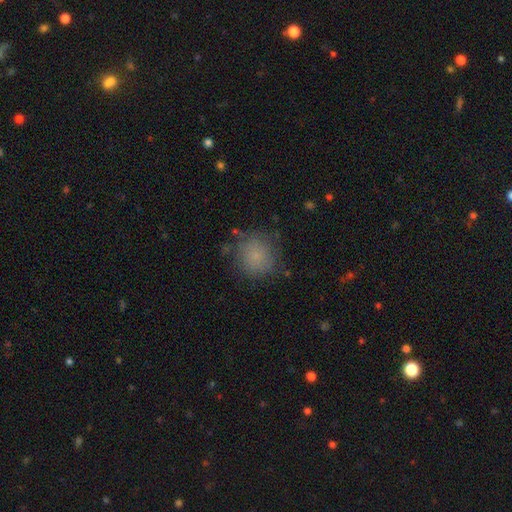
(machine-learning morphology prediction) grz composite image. It shows a smooth galaxy with no disk features (77%) that is round (89%). Merging: none (72%).